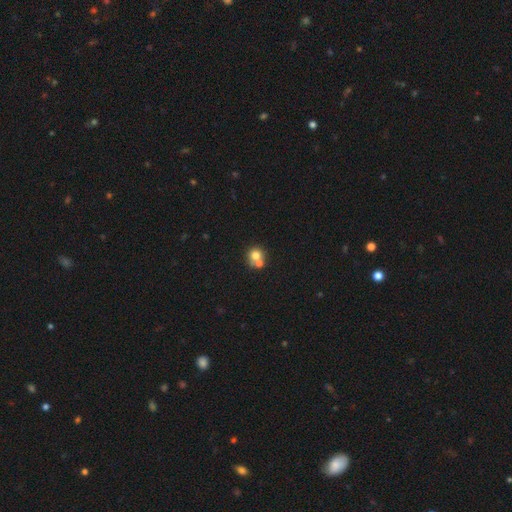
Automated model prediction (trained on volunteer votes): Smooth or featured?
  - smooth: 73% *
  - featured or disk: 15%
  - star or artifact: 12%
How rounded?
  - round: 87% *
  - in between: 12%
  - cigar-shaped: 1%
Merging?
  - none: 46% *
  - merger: 44%
  - minor disturbance: 7%
  - major disturbance: 3%